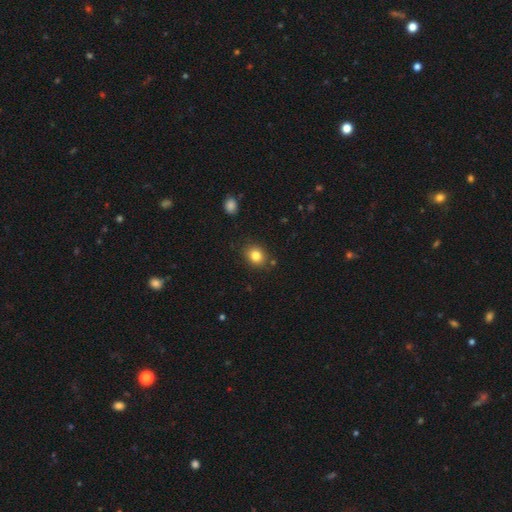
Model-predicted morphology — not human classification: type=smooth (82%); roundness=round (58%); merging=none (84%).